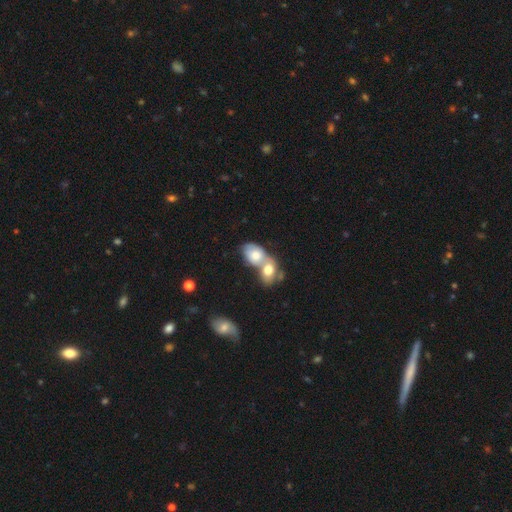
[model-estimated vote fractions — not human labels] This appears to be a smooth galaxy with no disk features (70%) that is in between round and cigar-shaped (78%). Merging: merger (75%).